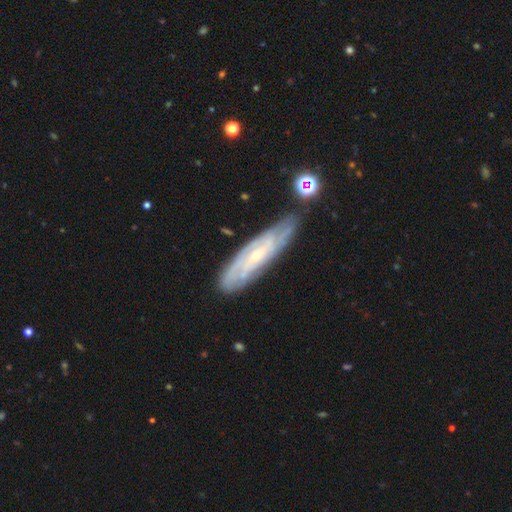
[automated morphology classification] This appears to be a featured or disk galaxy (77%) with no bar (59%), tight (66%) spiral arms (91%) and a small central bulge (76%). Merging: none (75%).